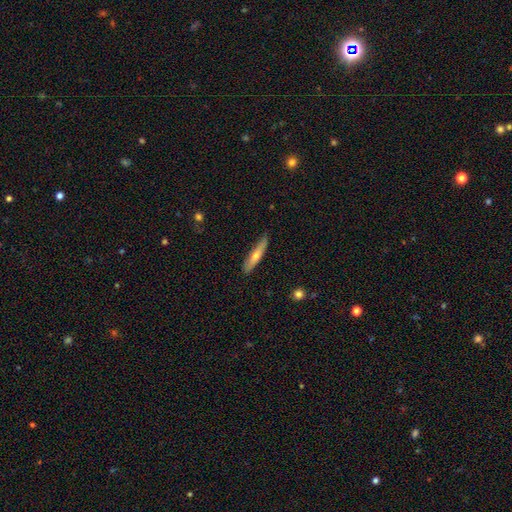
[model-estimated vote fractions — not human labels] smooth 51%, featured or disk 43%, star or artifact 6%. Down the decision tree: how rounded — cigar-shaped (87%); merging — none (83%).